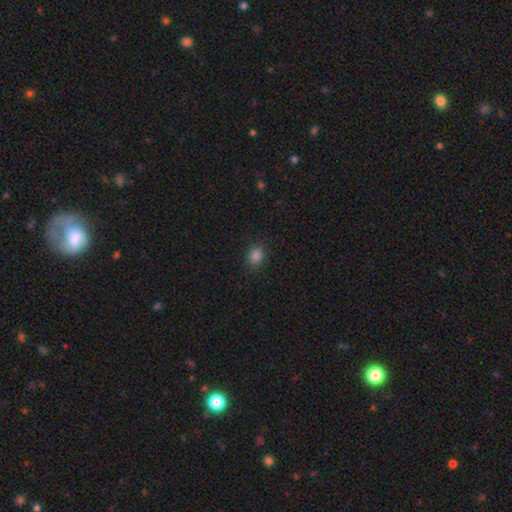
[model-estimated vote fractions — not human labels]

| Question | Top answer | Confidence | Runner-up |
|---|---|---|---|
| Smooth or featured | smooth | 82% | star or artifact (14%) |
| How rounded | round | 60% | in between (39%) |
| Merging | none | 88% | minor disturbance (9%) |